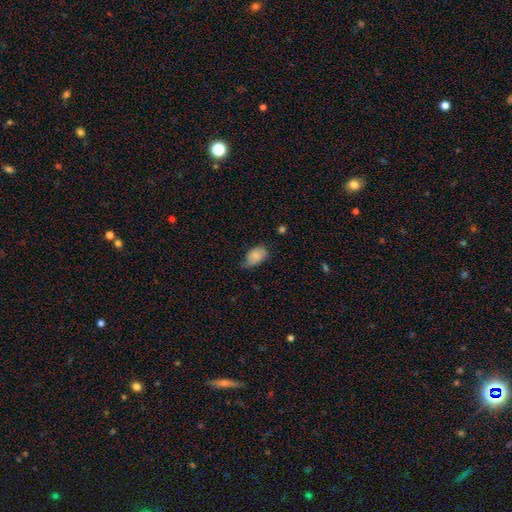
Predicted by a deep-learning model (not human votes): Smooth or featured? smooth (77%)
How rounded? in between (90%)
Merging? none (49%)